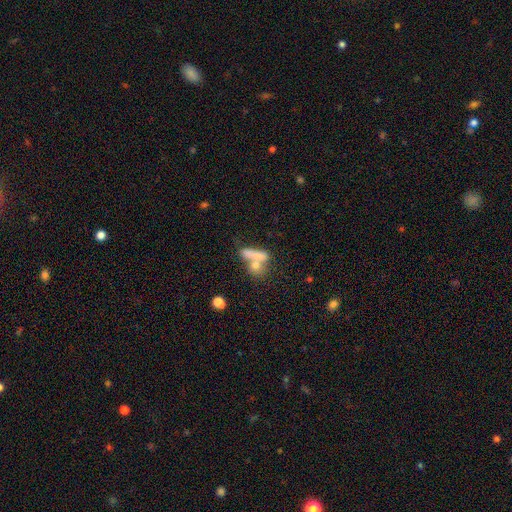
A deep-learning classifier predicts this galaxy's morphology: Overall: smooth (69%). How rounded: in between (44%; cigar-shaped 37%). Merging: merger (50%; none 32%).